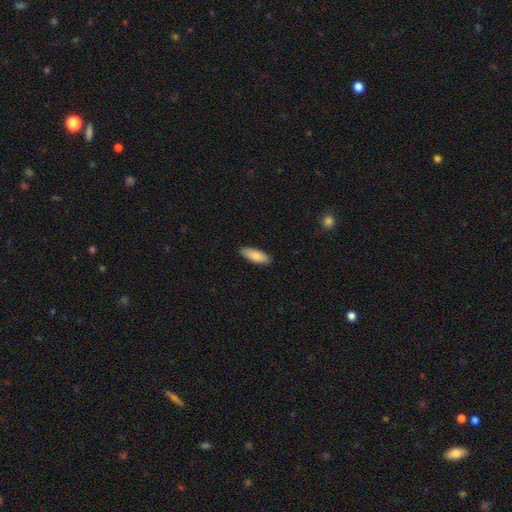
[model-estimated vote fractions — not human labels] This appears to be a smooth galaxy with no disk features (86%) that is in between round and cigar-shaped (70%). Merging: none (89%).